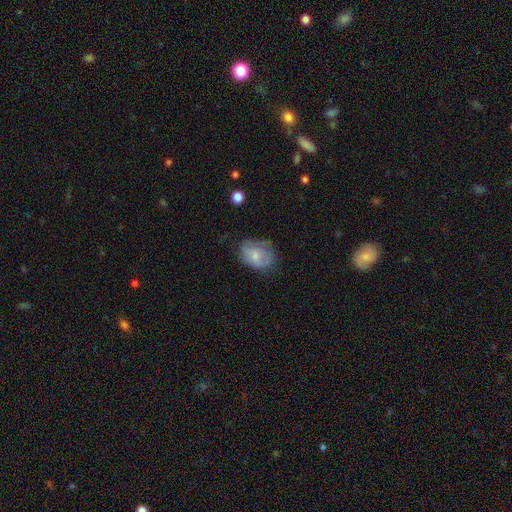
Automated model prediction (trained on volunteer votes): A smooth galaxy with no disk features (63%) that is in between round and cigar-shaped (74%).

Vote fractions:
- Smooth or featured? smooth: 63% / featured or disk: 30% / star or artifact: 8%
- How rounded? in between: 74% / round: 25% / cigar-shaped: 1%
- Merging? none: 52% / minor disturbance: 32% / major disturbance: 14% / merger: 2%